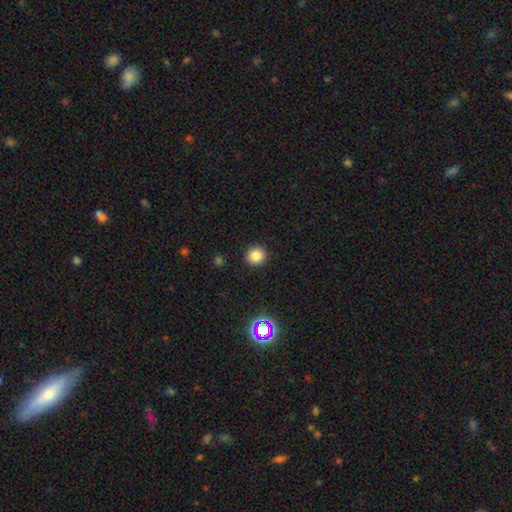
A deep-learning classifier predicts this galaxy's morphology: smooth_or_featured: smooth (p=0.83) [alt: star or artifact p=0.13]
how_rounded: round (p=0.90) [alt: in between p=0.09]
merging: none (p=0.91) [alt: minor disturbance p=0.05]